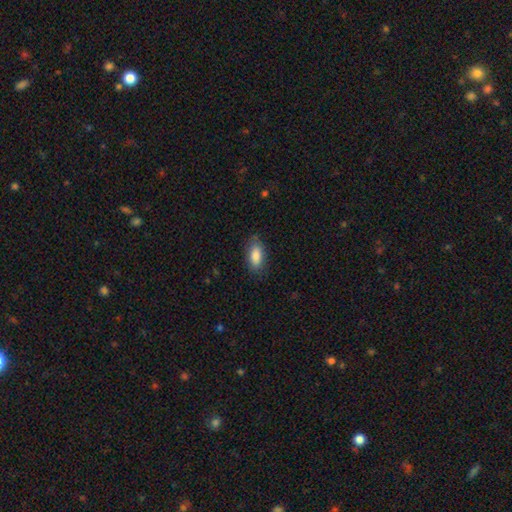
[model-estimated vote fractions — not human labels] This appears to be a smooth galaxy with no disk features (86%) that is in between round and cigar-shaped (86%). Merging: none (81%).